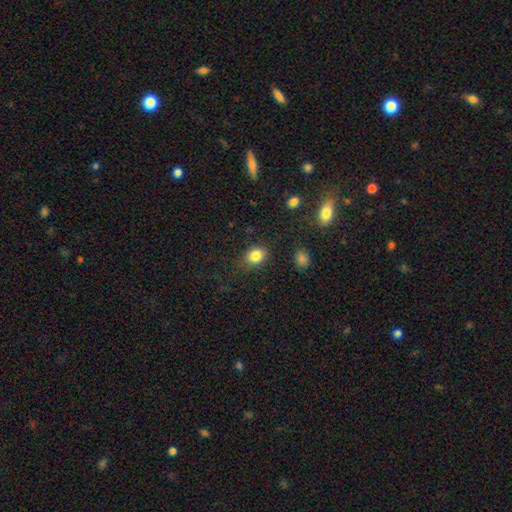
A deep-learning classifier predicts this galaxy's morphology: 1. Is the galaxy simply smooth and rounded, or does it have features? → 85% smooth, 10% star or artifact, 5% featured or disk.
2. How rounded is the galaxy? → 54% round, 45% in between, 1% cigar-shaped.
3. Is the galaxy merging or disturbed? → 81% none, 14% minor disturbance, 4% major disturbance, 2% merger.